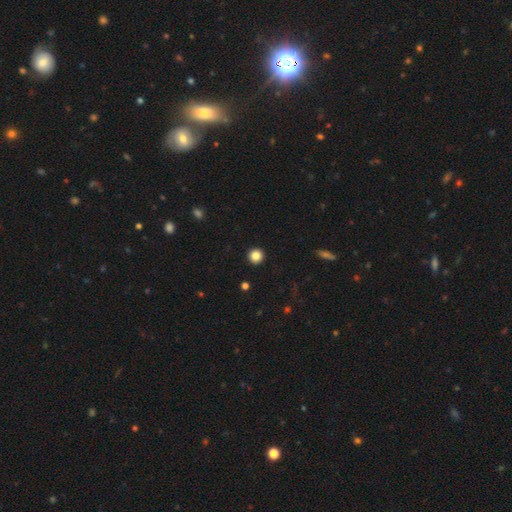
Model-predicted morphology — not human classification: Q: Smooth or featured?
A: smooth (85%); runner-up: star or artifact (11%)
Q: How rounded?
A: round (95%); runner-up: in between (4%)
Q: Merging?
A: none (94%); runner-up: minor disturbance (4%)